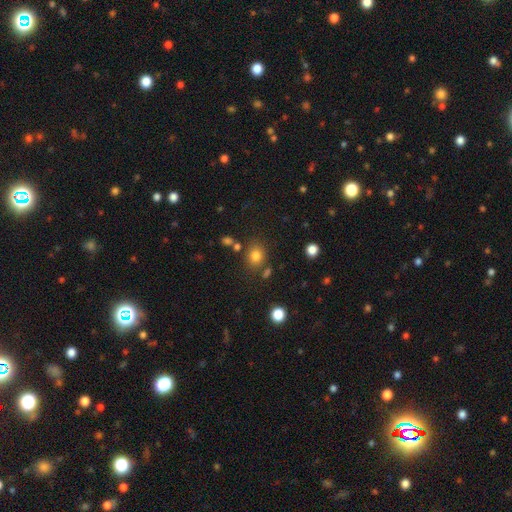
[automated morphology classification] smooth_or_featured: smooth (p=0.80) [alt: star or artifact p=0.14]
how_rounded: round (p=0.70) [alt: in between p=0.29]
merging: none (p=0.76) [alt: minor disturbance p=0.12]